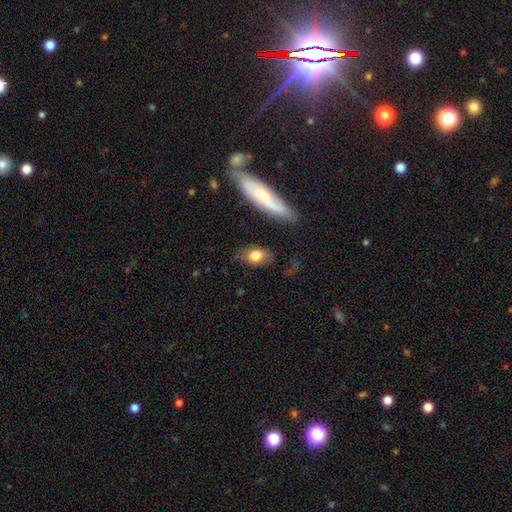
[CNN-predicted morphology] smooth 77%, featured or disk 16%, star or artifact 8%. Down the decision tree: how rounded — in between (82%); merging — none (71%).